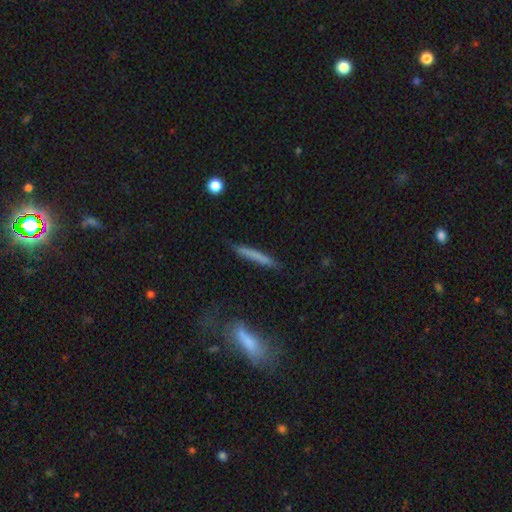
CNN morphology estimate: Overall: smooth (67%). How rounded: cigar-shaped (95%). Merging: none (79%).